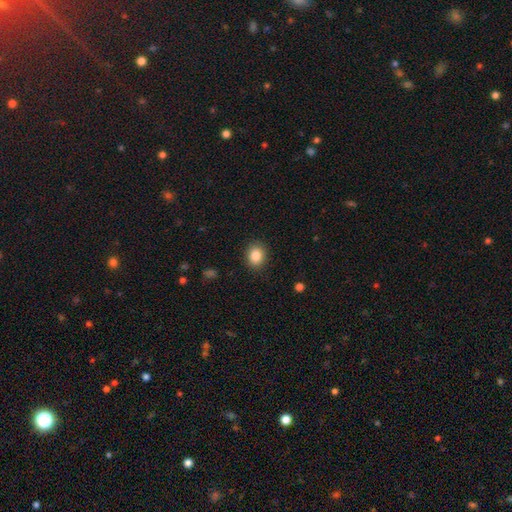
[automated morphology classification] This appears to be a smooth galaxy with no disk features (86%) that is round (60%). Merging: none (89%).